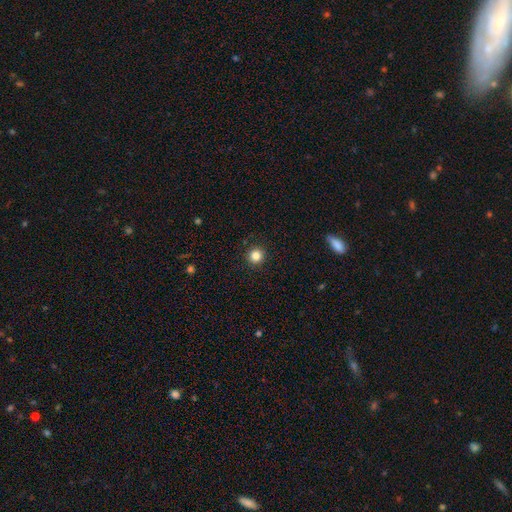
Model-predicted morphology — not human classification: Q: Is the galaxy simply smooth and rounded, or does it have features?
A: smooth — 83%.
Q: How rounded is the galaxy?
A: round — 95%.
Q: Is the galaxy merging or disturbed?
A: none — 92%.